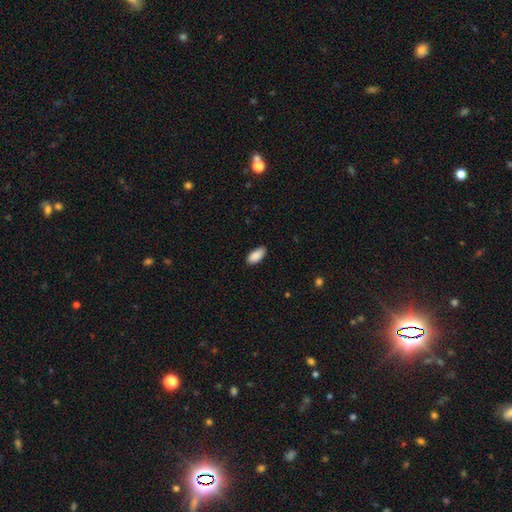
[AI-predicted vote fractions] Smooth or featured? Predicted: smooth (p=0.90). How rounded? Predicted: in between (p=0.92). Merging? Predicted: none (p=0.86).